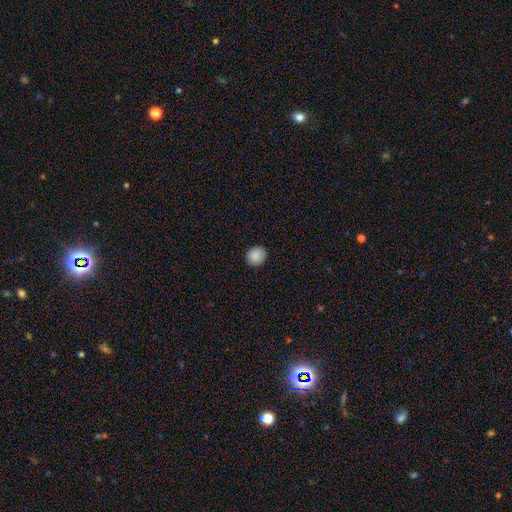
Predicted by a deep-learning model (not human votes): This appears to be a smooth galaxy with no disk features (89%) that is round (82%). Merging: none (90%).